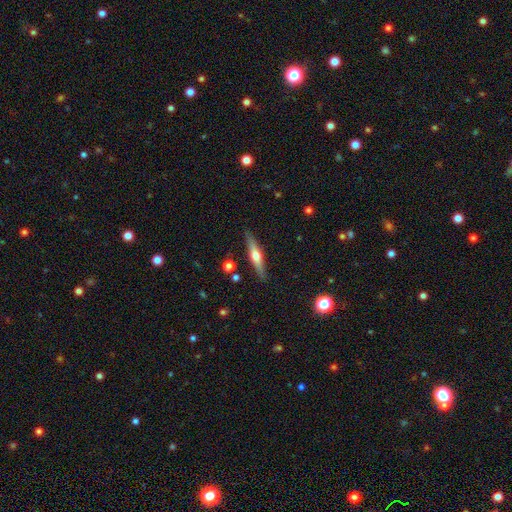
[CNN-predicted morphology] Q: Smooth or featured?
A: featured or disk (61%); runner-up: smooth (33%)
Q: Edge-on disk?
A: yes (96%); runner-up: no (4%)
Q: Edge-on bulge?
A: rounded (91%); runner-up: boxy (5%)
Q: Merging?
A: none (88%); runner-up: minor disturbance (8%)